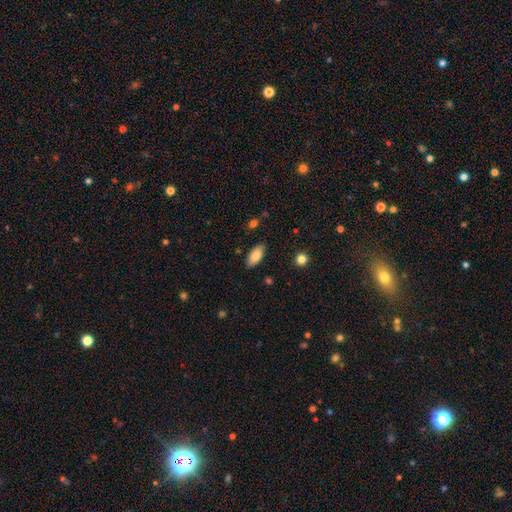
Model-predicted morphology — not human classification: This appears to be a smooth galaxy with no disk features (83%) that is in between round and cigar-shaped (90%). Merging: none (85%).